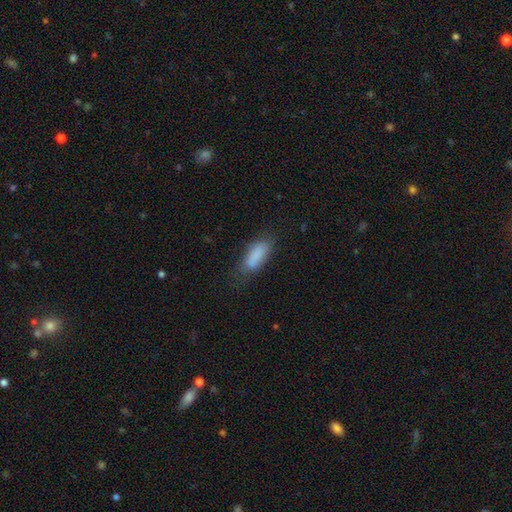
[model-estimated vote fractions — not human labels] The model was most divided on "merging": none: 60%, minor disturbance: 27%, major disturbance: 10%, merger: 3%. More confident: smooth or featured — smooth (83%); how rounded — in between (75%).